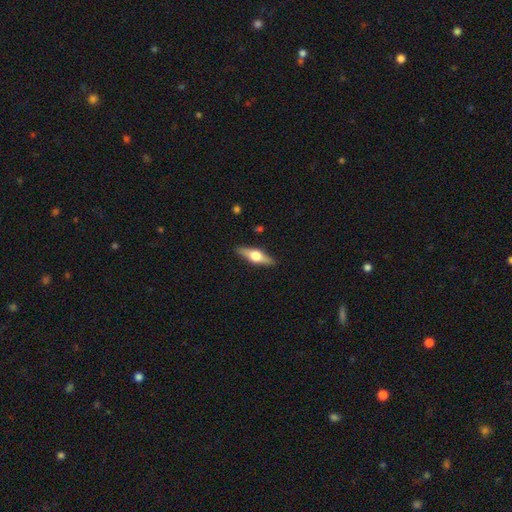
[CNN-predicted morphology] Smooth or featured: featured or disk — 64% (smooth — 30%)
Edge-on disk: yes — 96% (no — 4%)
Edge-on bulge: rounded — 95% (boxy — 3%)
Merging: none — 90% (minor disturbance — 7%)